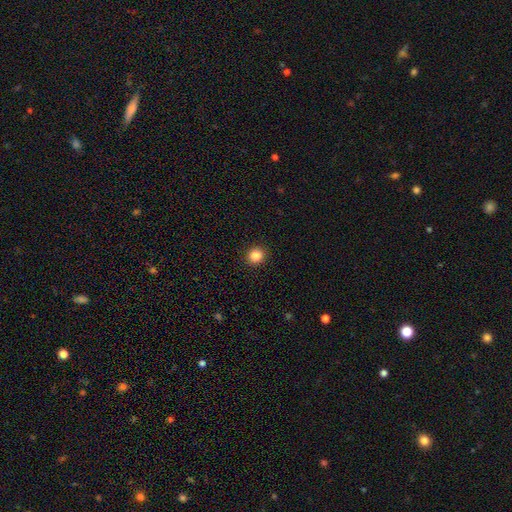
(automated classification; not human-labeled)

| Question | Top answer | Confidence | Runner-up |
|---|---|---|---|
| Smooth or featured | smooth | 86% | star or artifact (11%) |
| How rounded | round | 89% | in between (10%) |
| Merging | none | 92% | minor disturbance (5%) |